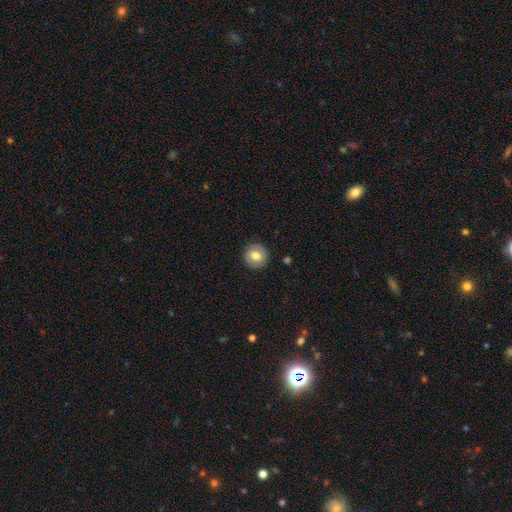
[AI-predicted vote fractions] Smooth or featured? Predicted: smooth (p=0.73). How rounded? Predicted: round (p=0.92). Merging? Predicted: none (p=0.89).